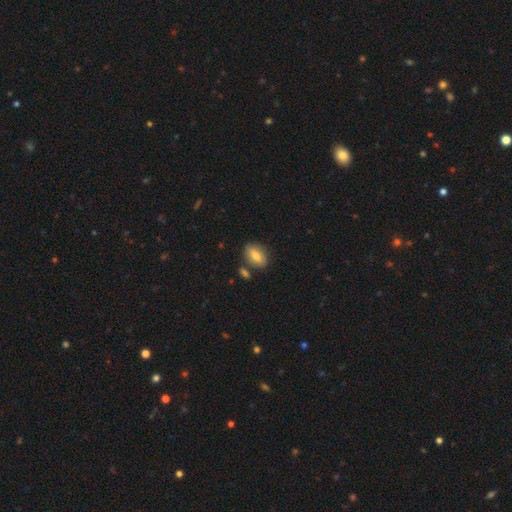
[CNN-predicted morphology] Smooth or featured: smooth — 76% (featured or disk — 17%)
How rounded: in between — 87% (round — 10%)
Merging: none — 76% (minor disturbance — 12%)